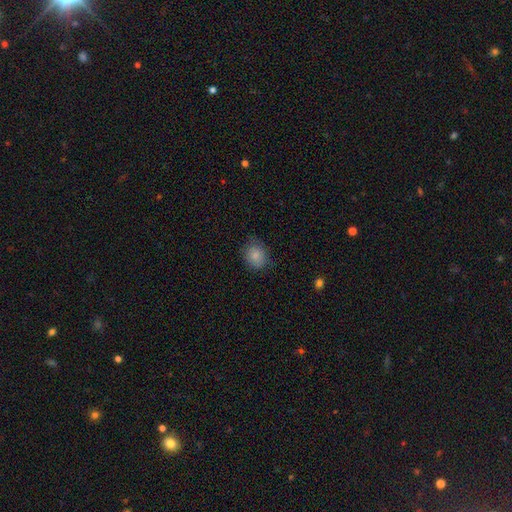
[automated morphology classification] Q: Smooth or featured?
A: smooth (84%); runner-up: star or artifact (9%)
Q: How rounded?
A: round (67%); runner-up: in between (32%)
Q: Merging?
A: none (74%); runner-up: minor disturbance (20%)